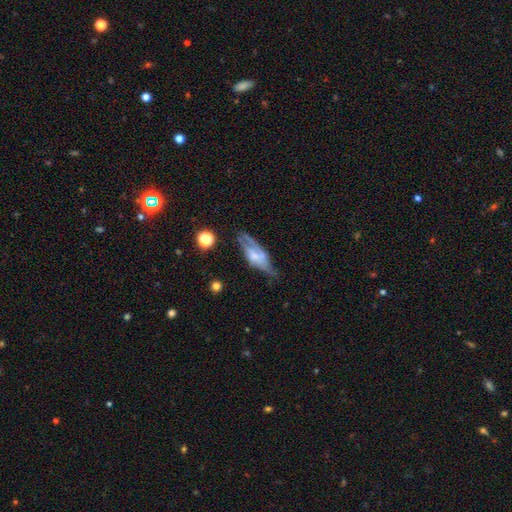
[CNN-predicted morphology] Smooth or featured: featured or disk — 55% (smooth — 37%)
Edge-on disk: no — 61% (yes — 39%)
Merging: none — 46% (minor disturbance — 30%)